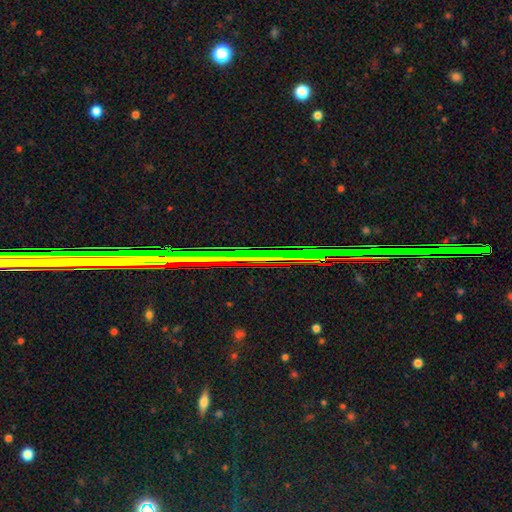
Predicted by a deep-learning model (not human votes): This appears to be a star or artifact, not a galaxy (82%).